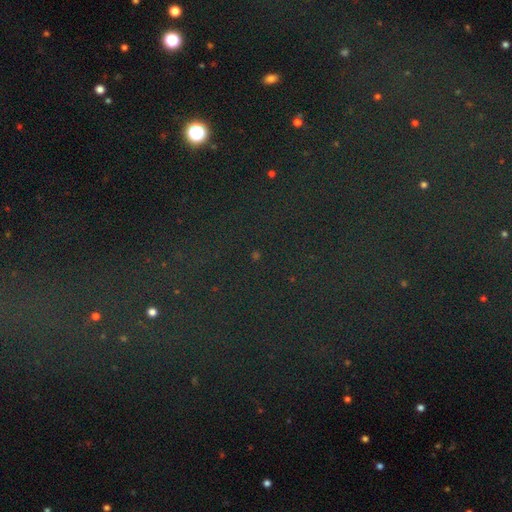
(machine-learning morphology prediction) Overall: star or artifact (80%).